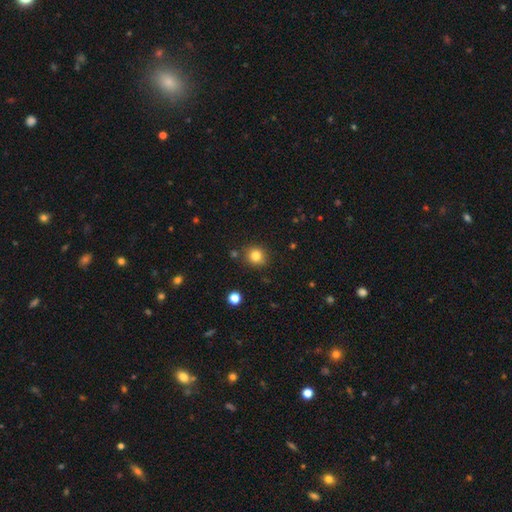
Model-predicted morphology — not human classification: type=smooth (82%); roundness=round (87%); merging=none (85%).